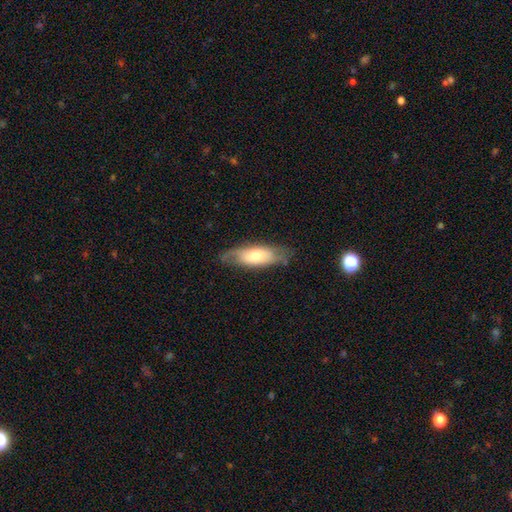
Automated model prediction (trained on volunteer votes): Smooth or featured?
  - smooth: 52% *
  - featured or disk: 42%
  - star or artifact: 6%
How rounded?
  - in between: 69% *
  - cigar-shaped: 28%
  - round: 2%
Merging?
  - none: 68% *
  - minor disturbance: 22%
  - major disturbance: 8%
  - merger: 2%